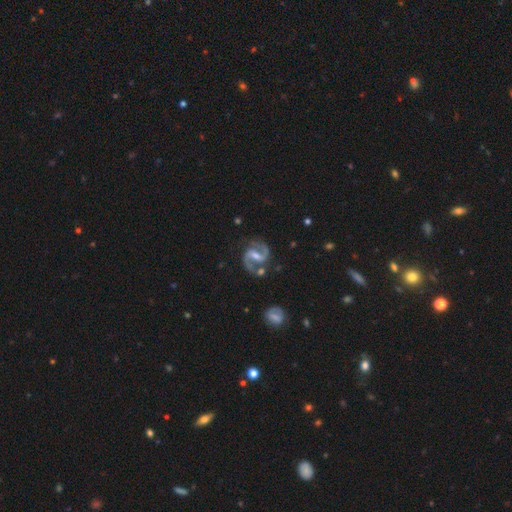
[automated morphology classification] The model was most divided on "bar": strong: 45%, weak: 42%, no: 13%. More confident: spiral arms — yes (98%); edge-on disk — no (98%); spiral arm count — 2 (94%); smooth or featured — featured or disk (92%); merging — none (75%); spiral winding — medium (64%); bulge size — moderate (51%).